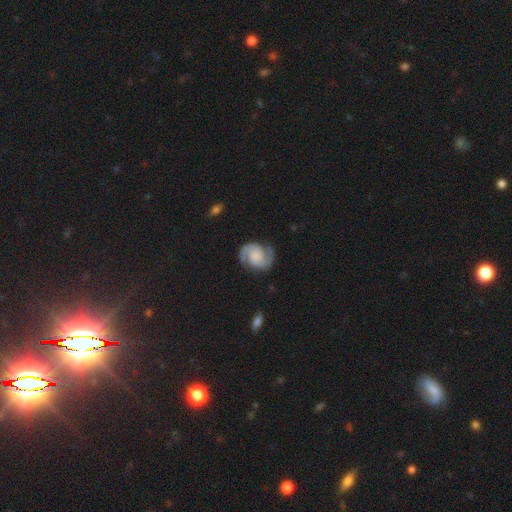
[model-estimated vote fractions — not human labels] A featured or disk galaxy (88%) with no bar (63%), 2 (94%) medium (55%) spiral arms (98%) and no central bulge (42%).

Vote fractions:
- Smooth or featured? featured or disk: 88% / smooth: 7% / star or artifact: 5%
- Edge-on disk? no: 98% / yes: 2%
- Bar? no: 63% / weak: 29% / strong: 8%
- Spiral arms? yes: 98% / no: 2%
- Spiral winding? medium: 55% / tight: 30% / loose: 15%
- Spiral arm count? 2: 94% / can't tell: 2% / 1: 1% / 3: 1% / 4: 1% / more than 4: 1%
- Bulge size? none: 42% / large: 20% / small: 17% / moderate: 17% / dominant: 4%
- Merging? none: 83% / minor disturbance: 12% / major disturbance: 4% / merger: 1%